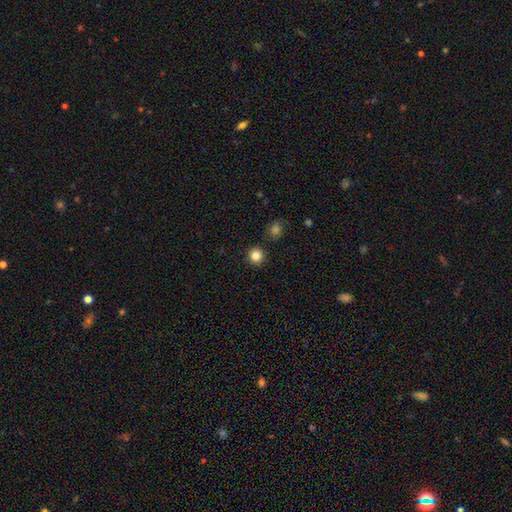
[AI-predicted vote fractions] smooth-or-featured: smooth: 84% | star or artifact: 12% | featured or disk: 4%
  how-rounded: round: 94% | in between: 5% | cigar-shaped: 1%
  merging: none: 91% | minor disturbance: 5% | merger: 2% | major disturbance: 2%